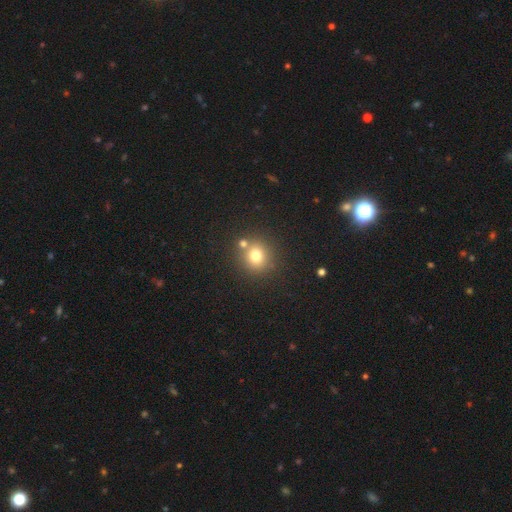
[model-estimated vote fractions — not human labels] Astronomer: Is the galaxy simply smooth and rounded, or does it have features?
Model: smooth — 75%.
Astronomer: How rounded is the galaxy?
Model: round — 87%.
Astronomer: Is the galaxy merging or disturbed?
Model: none — 71%.